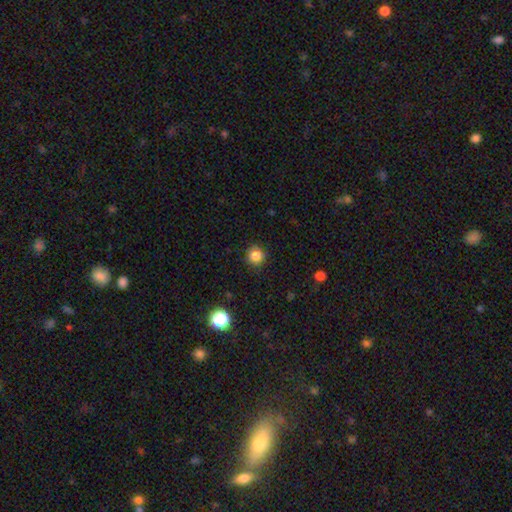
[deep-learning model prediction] This appears to be a smooth galaxy with no disk features (84%) that is round (93%). Merging: none (88%).